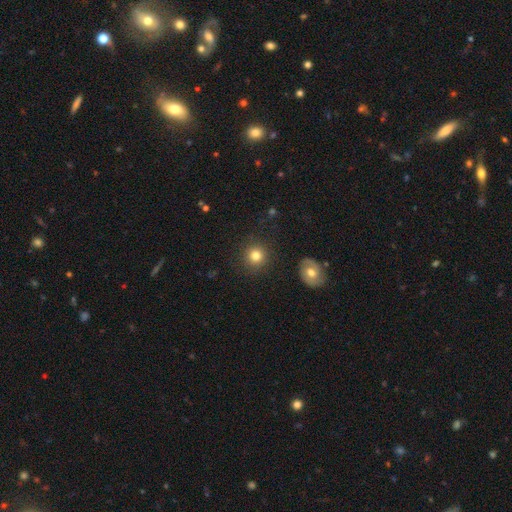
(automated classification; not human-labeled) Smooth or featured? smooth (81%)
How rounded? round (91%)
Merging? none (88%)